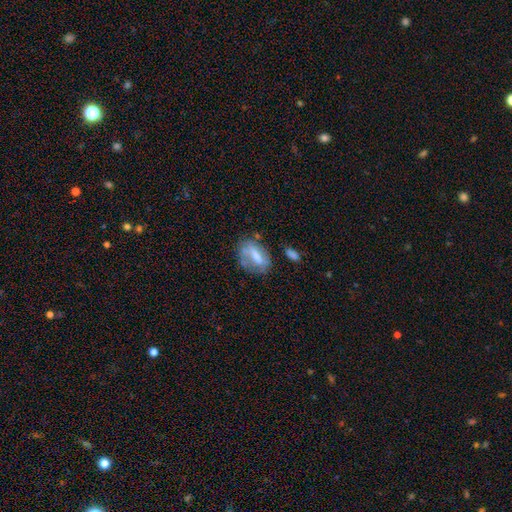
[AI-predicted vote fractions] Q: Smooth or featured?
A: smooth (56%); runner-up: featured or disk (35%)
Q: How rounded?
A: in between (78%); runner-up: round (12%)
Q: Merging?
A: none (52%); runner-up: minor disturbance (26%)